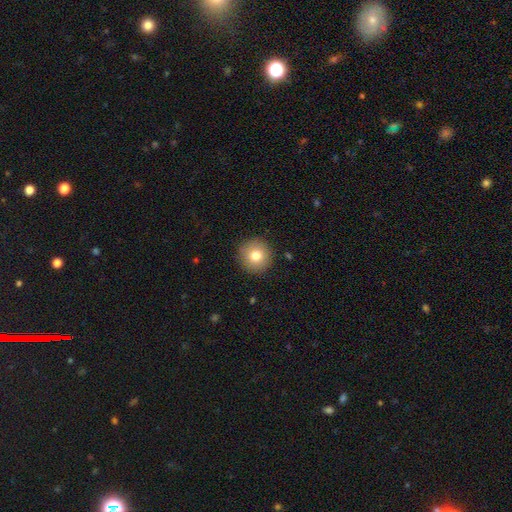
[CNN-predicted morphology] smooth 78%, featured or disk 11%, star or artifact 10%. Down the decision tree: how rounded — round (95%); merging — none (91%).